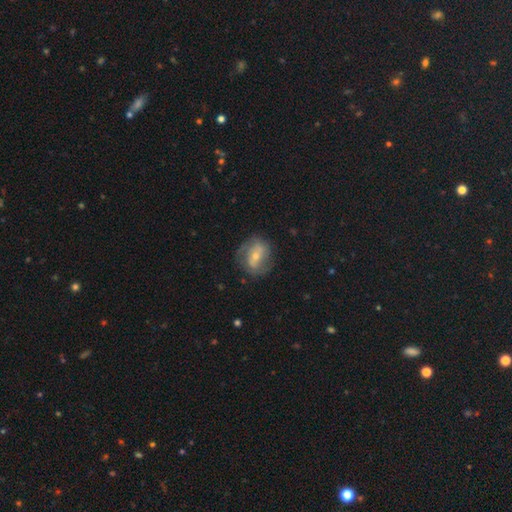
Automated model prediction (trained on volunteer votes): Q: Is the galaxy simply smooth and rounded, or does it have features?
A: featured or disk — 59%.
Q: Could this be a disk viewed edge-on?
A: no — 95%.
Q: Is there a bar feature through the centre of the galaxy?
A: weak — 39%.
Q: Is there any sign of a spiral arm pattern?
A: yes — 72%.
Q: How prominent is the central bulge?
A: small — 49%.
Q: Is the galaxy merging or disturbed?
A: none — 67%.